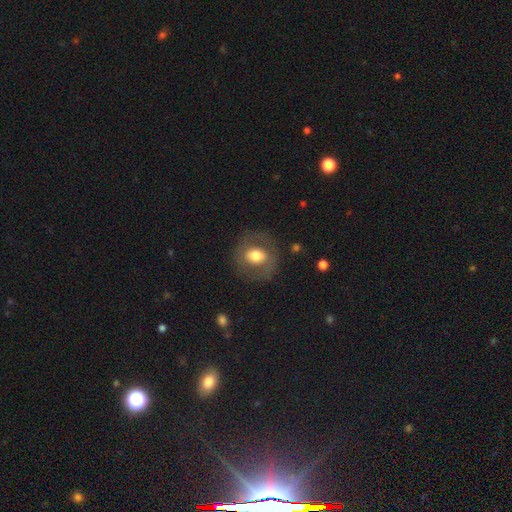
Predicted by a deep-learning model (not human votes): Smooth or featured: smooth — 57% (featured or disk — 35%)
How rounded: round — 70% (in between — 28%)
Merging: none — 79% (minor disturbance — 12%)